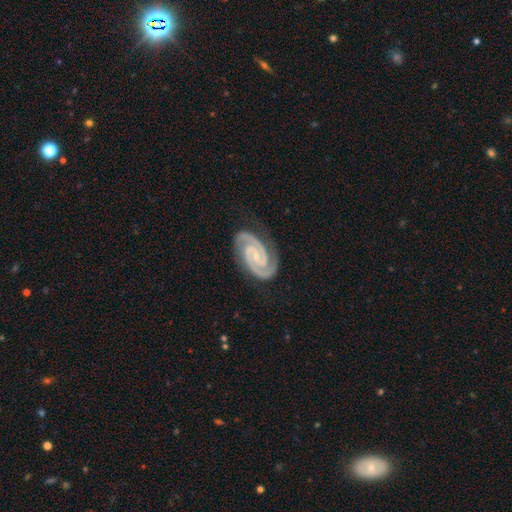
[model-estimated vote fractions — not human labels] Smooth or featured? Predicted: featured or disk (p=0.94). Edge-on disk? Predicted: no (p=0.98). Bar? Predicted: no (p=0.50). Spiral arms? Predicted: yes (p=0.99). Spiral winding? Predicted: tight (p=0.69). Spiral arm count? Predicted: 2 (p=0.93). Bulge size? Predicted: small (p=0.71). Merging? Predicted: none (p=0.84).